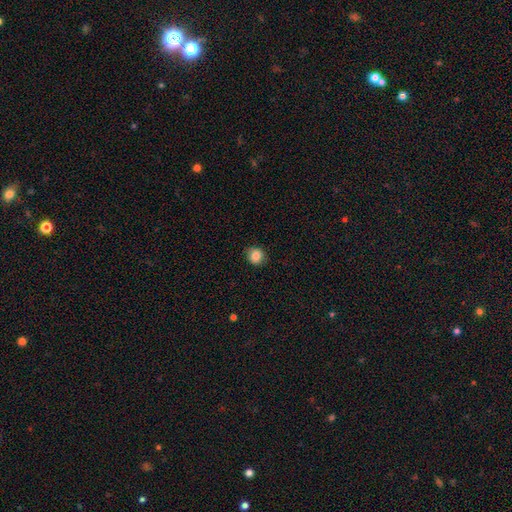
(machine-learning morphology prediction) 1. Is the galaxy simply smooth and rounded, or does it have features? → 84% smooth, 10% star or artifact, 6% featured or disk.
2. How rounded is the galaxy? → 84% round, 16% in between, 1% cigar-shaped.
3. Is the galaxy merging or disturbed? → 84% none, 12% minor disturbance, 3% major disturbance, 1% merger.